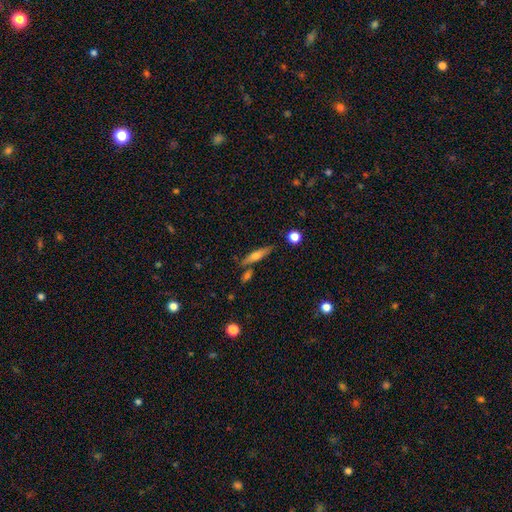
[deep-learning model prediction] Smooth or featured: smooth — 53% (featured or disk — 39%)
How rounded: cigar-shaped — 75% (in between — 22%)
Merging: none — 73% (minor disturbance — 13%)